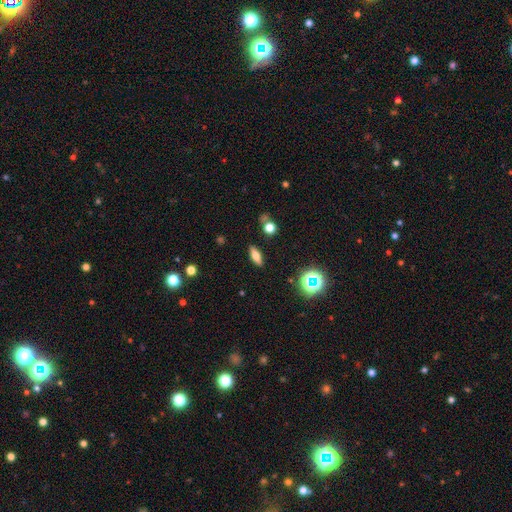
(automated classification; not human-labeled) smooth_or_featured: smooth (p=0.59) [alt: featured or disk p=0.28]
how_rounded: in between (p=0.57) [alt: cigar-shaped p=0.37]
merging: none (p=0.87) [alt: minor disturbance p=0.08]